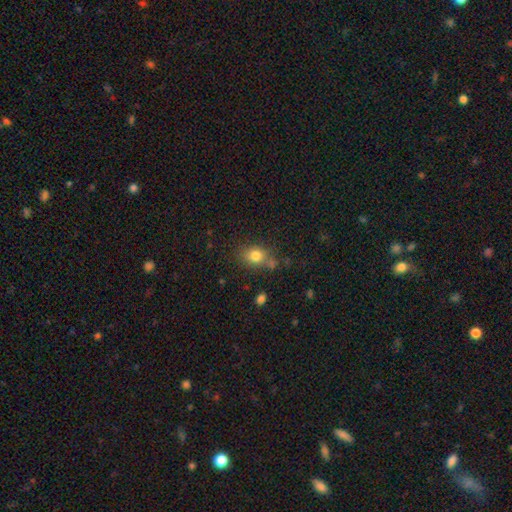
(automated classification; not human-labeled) Smooth or featured?
  - smooth: 79% *
  - star or artifact: 12%
  - featured or disk: 10%
How rounded?
  - in between: 53% *
  - round: 45%
  - cigar-shaped: 2%
Merging?
  - none: 65% *
  - minor disturbance: 18%
  - merger: 10%
  - major disturbance: 6%